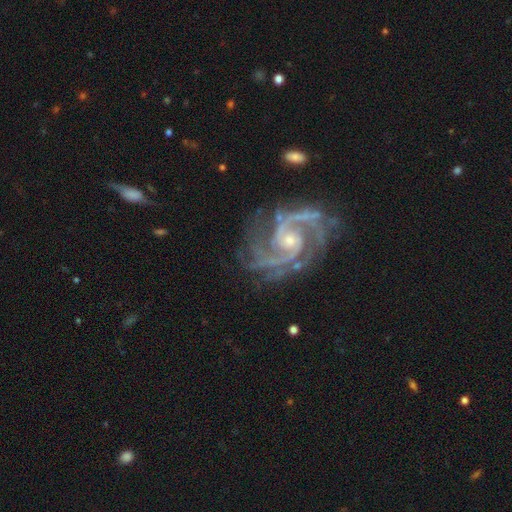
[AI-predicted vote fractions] smooth-or-featured: featured or disk: 92% | star or artifact: 5% | smooth: 2%
  disk-edge-on: no: 98% | yes: 2%
    bar: no: 50% | weak: 37% | strong: 13%
    has-spiral-arms: yes: 99% | no: 1%
      spiral-winding: medium: 53% | tight: 37% | loose: 10%
      spiral-arm-count: 2: 51% | 3: 23% | can't tell: 8% | 4: 8% | more than 4: 6% | 1: 5%
    bulge-size: small: 60% | moderate: 35% | none: 3% | large: 2% | dominant: 1%
  merging: none: 74% | minor disturbance: 16% | major disturbance: 8% | merger: 2%